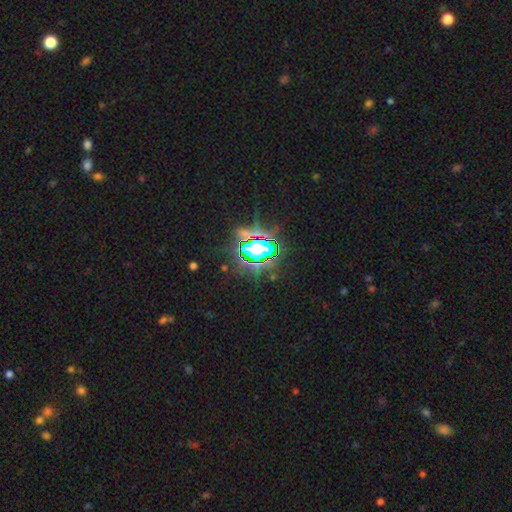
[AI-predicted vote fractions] star or artifact 80%, smooth 12%, featured or disk 8%.